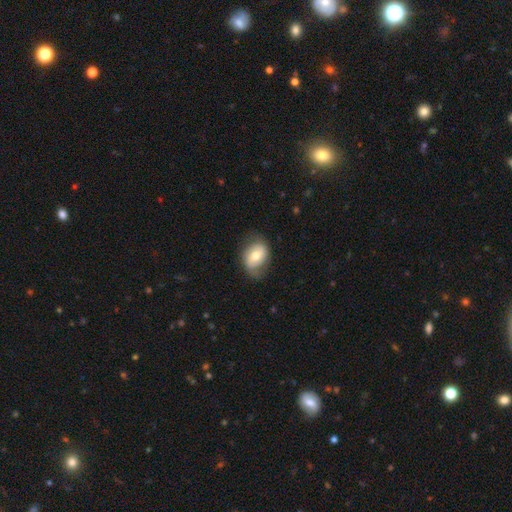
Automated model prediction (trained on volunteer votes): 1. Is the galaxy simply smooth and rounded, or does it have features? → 53% smooth, 41% featured or disk, 7% star or artifact.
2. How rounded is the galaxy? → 67% in between, 32% round, 1% cigar-shaped.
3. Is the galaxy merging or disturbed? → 66% none, 23% minor disturbance, 9% major disturbance, 1% merger.